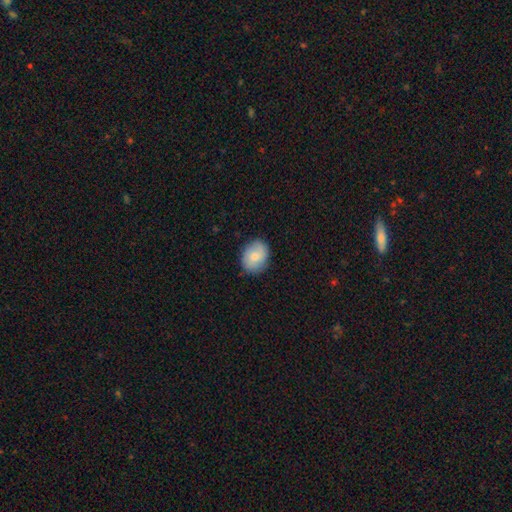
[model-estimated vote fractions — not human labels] smooth 79%, featured or disk 15%, star or artifact 6%. Down the decision tree: how rounded — in between (56%); merging — none (84%).